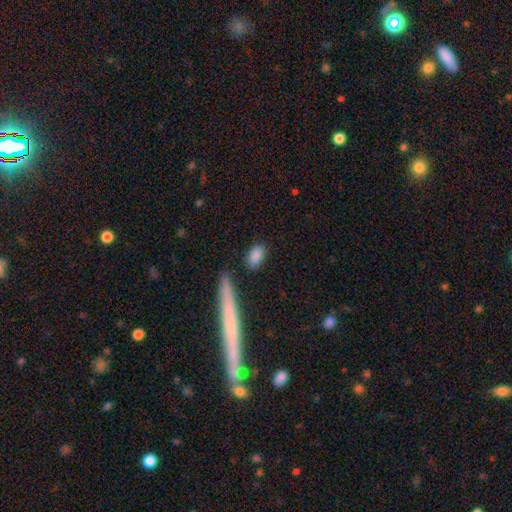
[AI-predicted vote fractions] This is clearly a smooth galaxy (87%). How rounded: clearly in between (87%). Merging: clearly none (80%).